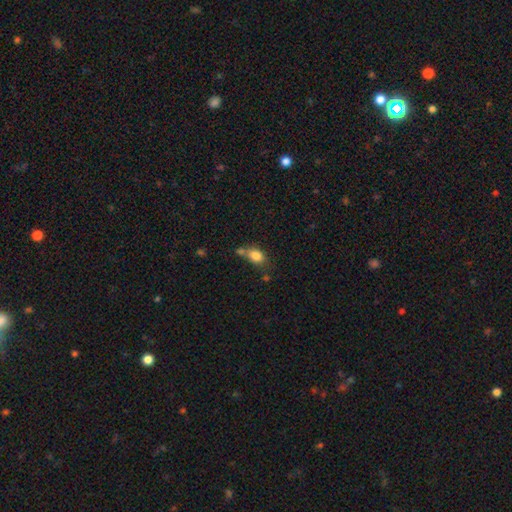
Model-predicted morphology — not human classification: This is clearly a smooth galaxy (82%). How rounded: likely in between (74%). Merging: marginally none (43%).